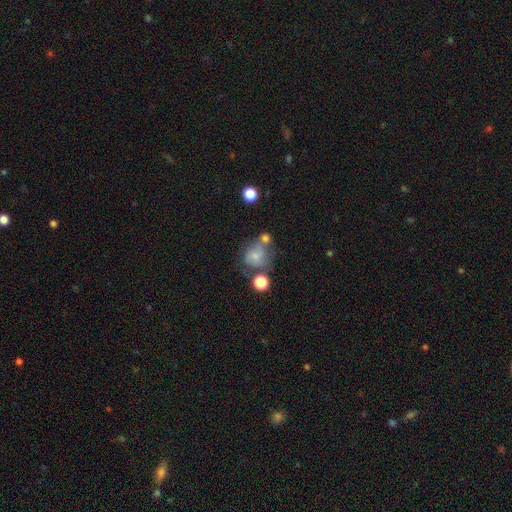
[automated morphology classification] type=smooth (62%); roundness=round (70%); merging=none (35%).